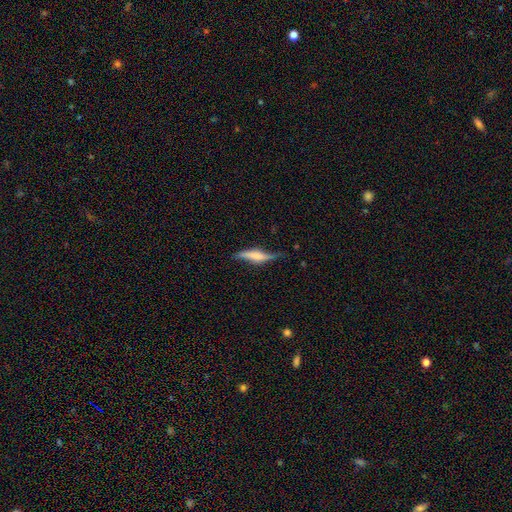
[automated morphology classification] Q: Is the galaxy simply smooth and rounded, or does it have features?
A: featured or disk — 55%.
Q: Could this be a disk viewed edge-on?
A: yes — 74%.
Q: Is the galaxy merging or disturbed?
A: none — 56%.